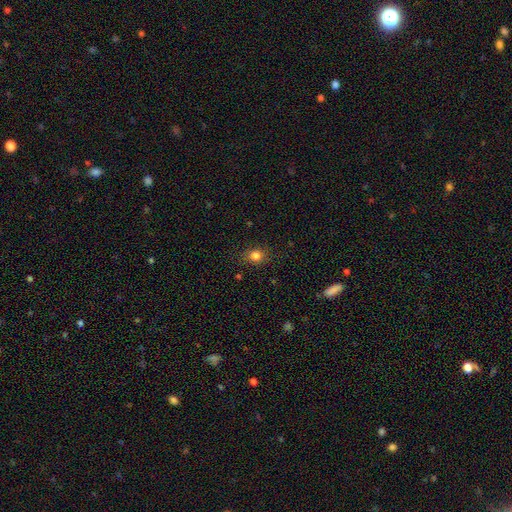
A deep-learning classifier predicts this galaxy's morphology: Smooth or featured: smooth — 82% (star or artifact — 13%)
How rounded: round — 65% (in between — 34%)
Merging: none — 83% (minor disturbance — 12%)